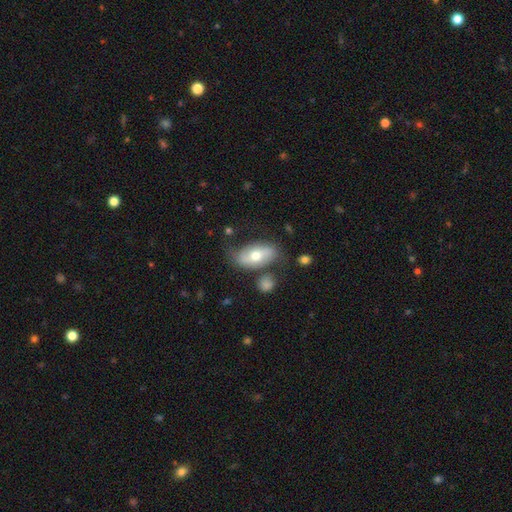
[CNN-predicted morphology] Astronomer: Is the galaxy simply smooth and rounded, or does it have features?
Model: smooth — 52% (runner-up: featured or disk, 41%).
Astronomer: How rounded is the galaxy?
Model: in between — 90%.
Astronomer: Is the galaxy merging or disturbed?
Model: none — 64%.